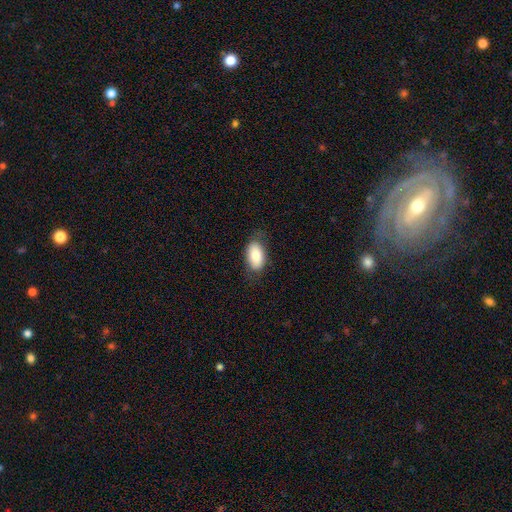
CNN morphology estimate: Smooth or featured? Predicted: smooth (p=0.81). How rounded? Predicted: in between (p=0.93). Merging? Predicted: none (p=0.73).